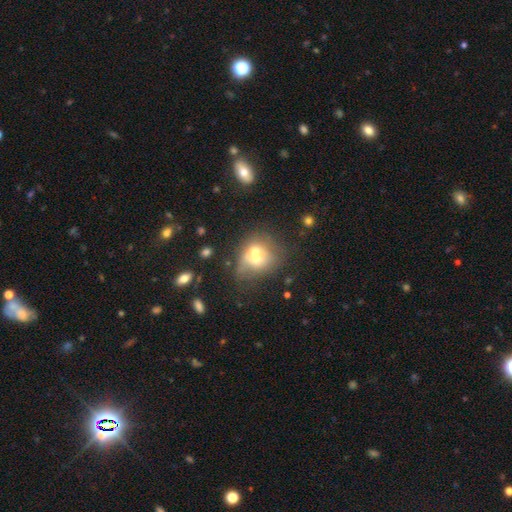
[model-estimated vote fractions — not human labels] Smooth or featured? Predicted: smooth (p=0.58). How rounded? Predicted: round (p=0.62). Merging? Predicted: merger (p=0.61).